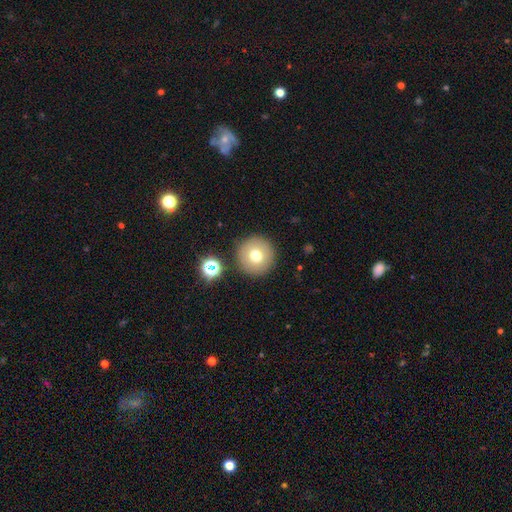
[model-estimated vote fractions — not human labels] This is likely a smooth galaxy (72%). How rounded: clearly round (96%). Merging: clearly none (88%).